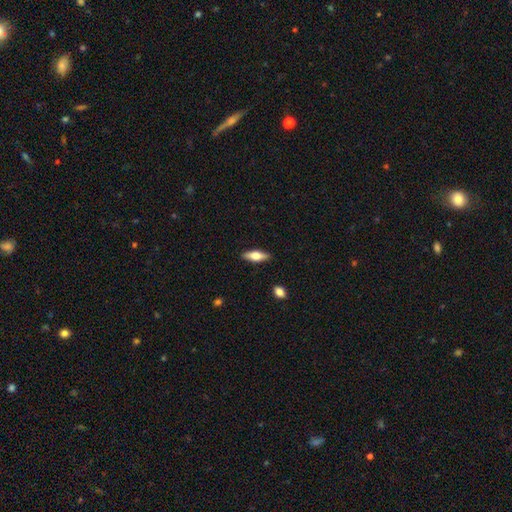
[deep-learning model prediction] Smooth or featured? Predicted: smooth (p=0.60). How rounded? Predicted: in between (p=0.59). Merging? Predicted: none (p=0.88).